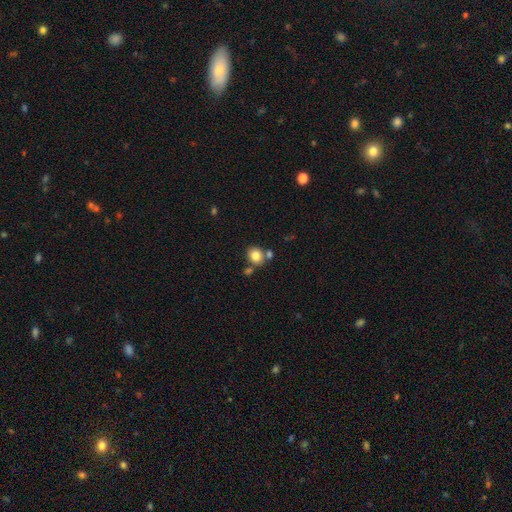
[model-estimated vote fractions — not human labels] This is clearly a smooth galaxy (82%). How rounded: likely round (71%). Merging: likely none (67%).